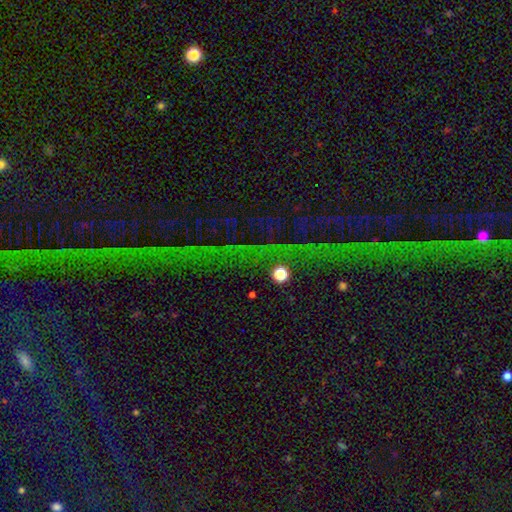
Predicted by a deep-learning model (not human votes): smooth_or_featured: star or artifact (p=0.81) [alt: featured or disk p=0.11]